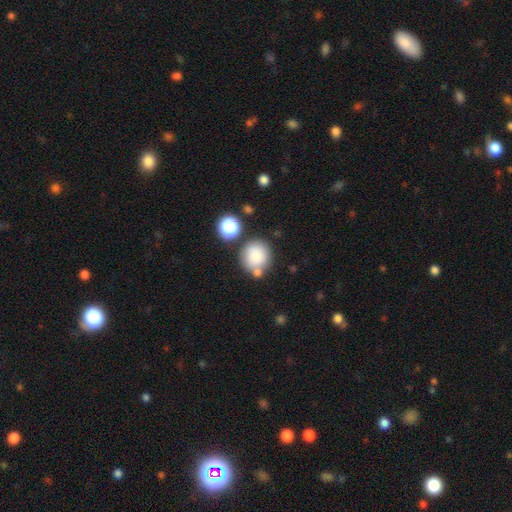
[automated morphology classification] Overall: smooth (81%). How rounded: round (87%). Merging: none (63%).